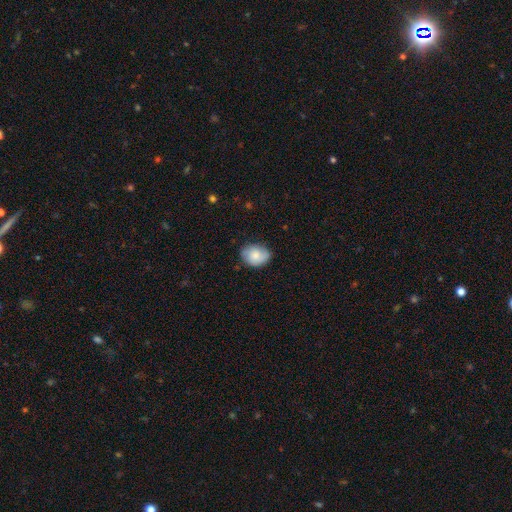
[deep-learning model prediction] smooth_or_featured: smooth (p=0.75) [alt: featured or disk p=0.18]
how_rounded: in between (p=0.58) [alt: round p=0.41]
merging: none (p=0.73) [alt: minor disturbance p=0.22]